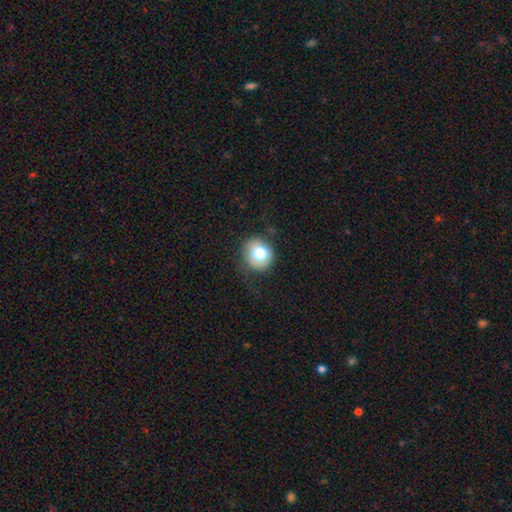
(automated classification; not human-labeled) This is likely a smooth galaxy (76%). How rounded: clearly round (85%). Merging: likely none (75%).